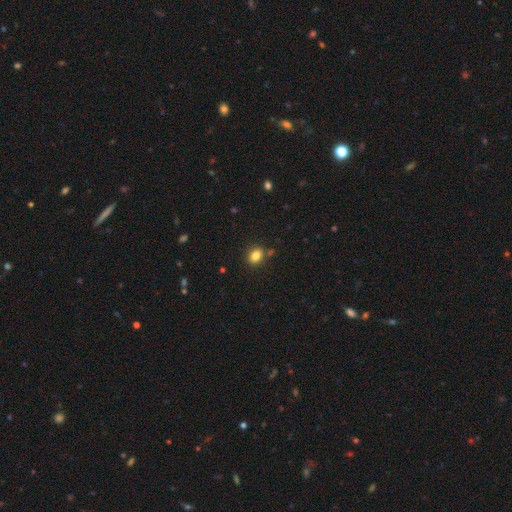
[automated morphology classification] Overall: smooth (84%). How rounded: in between (63%; round 36%). Merging: none (83%).